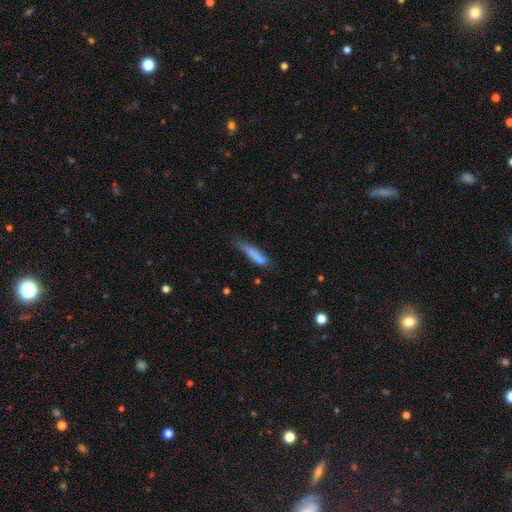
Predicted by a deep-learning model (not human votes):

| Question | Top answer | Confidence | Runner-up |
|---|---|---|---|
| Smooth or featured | smooth | 76% | featured or disk (16%) |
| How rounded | cigar-shaped | 82% | in between (16%) |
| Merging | none | 47% | minor disturbance (32%) |